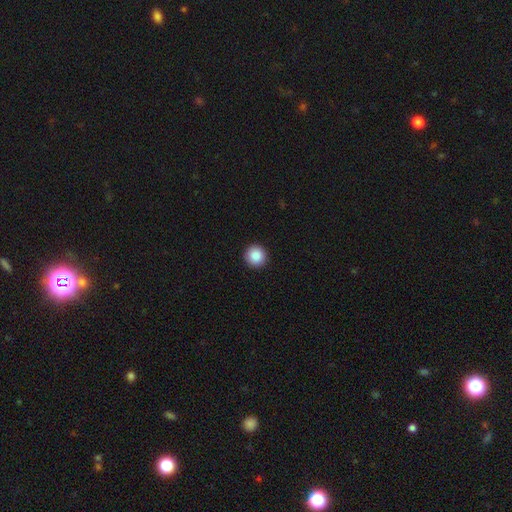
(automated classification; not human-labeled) Smooth or featured? Predicted: smooth (p=0.89). How rounded? Predicted: round (p=0.95). Merging? Predicted: none (p=0.93).